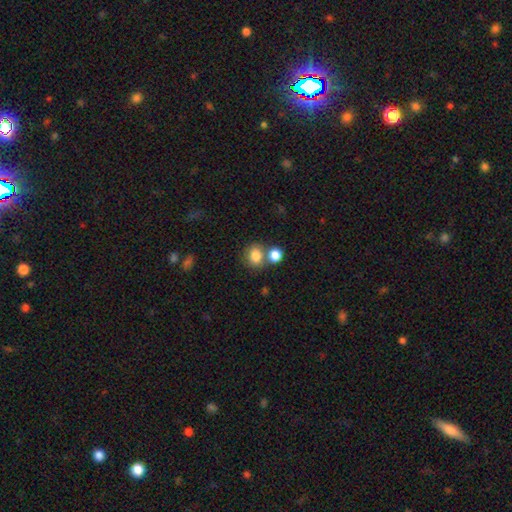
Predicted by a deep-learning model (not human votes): This appears to be a smooth galaxy with no disk features (82%) that is round (59%). Merging: none (56%).